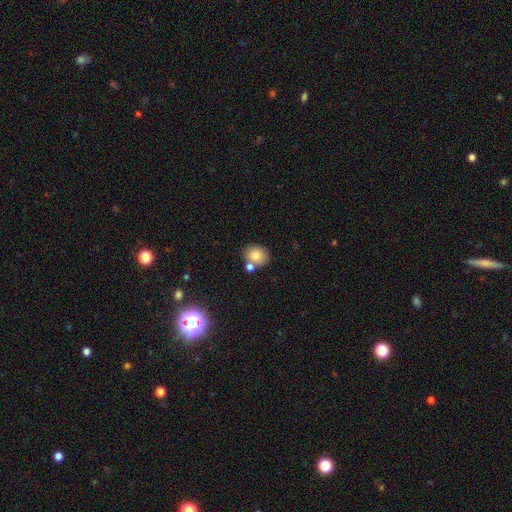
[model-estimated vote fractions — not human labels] This is likely a smooth galaxy (79%). How rounded: likely round (72%). Merging: likely none (64%).